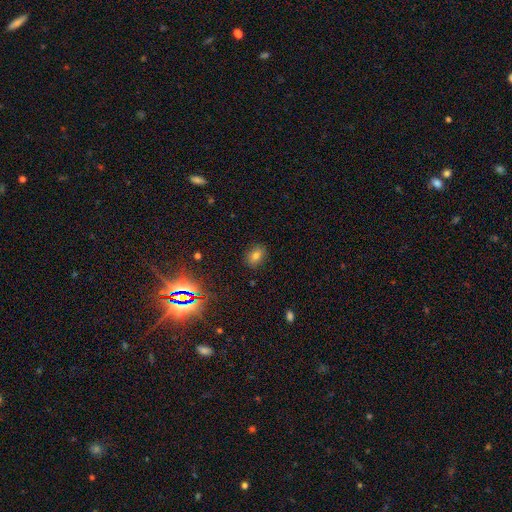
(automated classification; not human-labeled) Smooth or featured?
  - smooth: 73% *
  - star or artifact: 16%
  - featured or disk: 11%
How rounded?
  - in between: 62% *
  - round: 36%
  - cigar-shaped: 2%
Merging?
  - none: 87% *
  - minor disturbance: 10%
  - major disturbance: 3%
  - merger: 1%